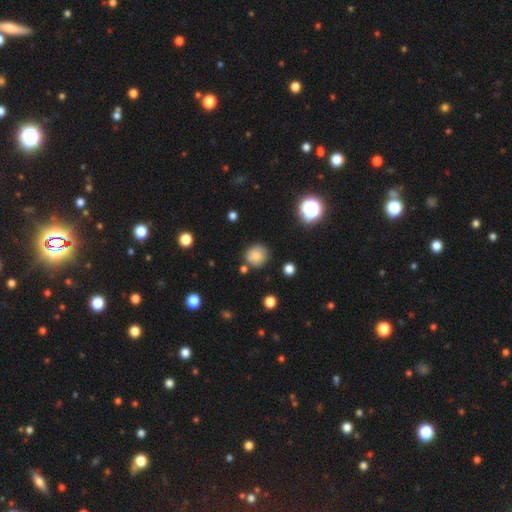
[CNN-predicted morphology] Smooth or featured? Predicted: smooth (p=0.80). How rounded? Predicted: round (p=0.88). Merging? Predicted: none (p=0.80).